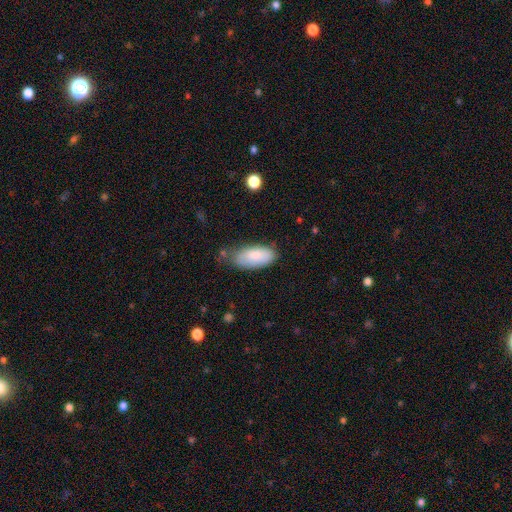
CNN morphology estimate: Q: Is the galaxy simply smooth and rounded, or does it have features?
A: smooth — 82%.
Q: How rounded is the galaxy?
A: in between — 91%.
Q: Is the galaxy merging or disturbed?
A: none — 60%.